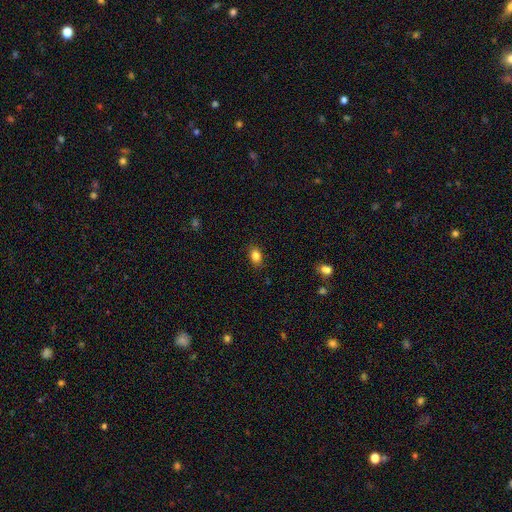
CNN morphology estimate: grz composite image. It shows a smooth galaxy with no disk features (84%) that is in between round and cigar-shaped (71%). Merging: none (84%).